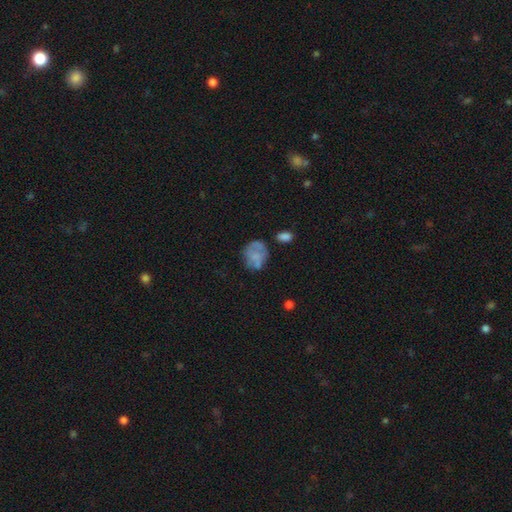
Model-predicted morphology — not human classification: A smooth galaxy with no disk features (58%) that is round (58%). Merging: none (45%).